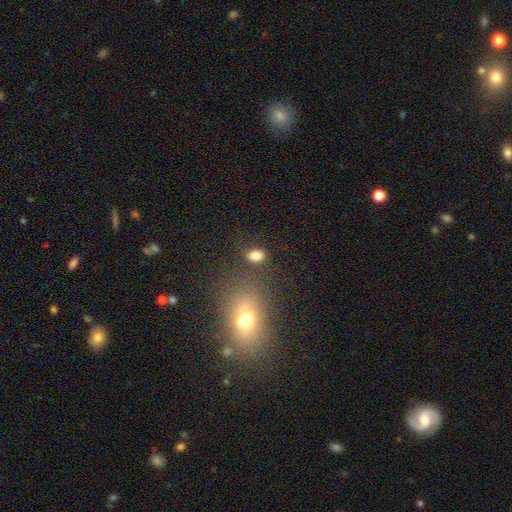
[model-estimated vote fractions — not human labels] smooth 80%, star or artifact 13%, featured or disk 7%. Down the decision tree: how rounded — in between (72%); merging — none (68%).